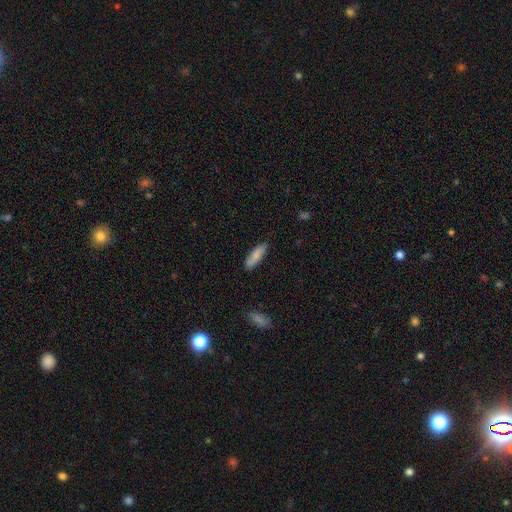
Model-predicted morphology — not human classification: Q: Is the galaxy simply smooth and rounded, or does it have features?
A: smooth — 78%.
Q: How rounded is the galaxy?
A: cigar-shaped — 51%.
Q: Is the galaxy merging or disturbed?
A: none — 82%.